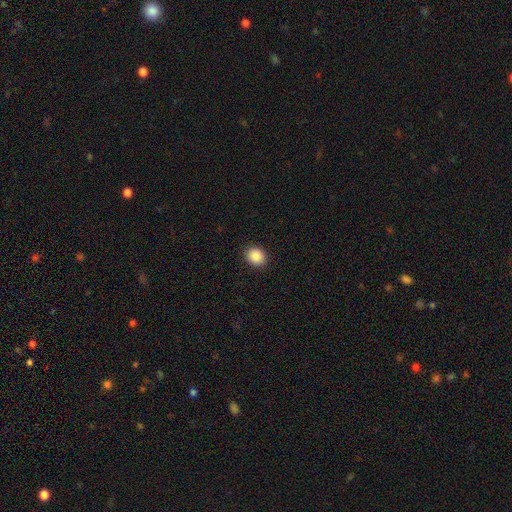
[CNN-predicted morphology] This is clearly a smooth galaxy (87%). How rounded: possibly round (60%). Merging: clearly none (91%).